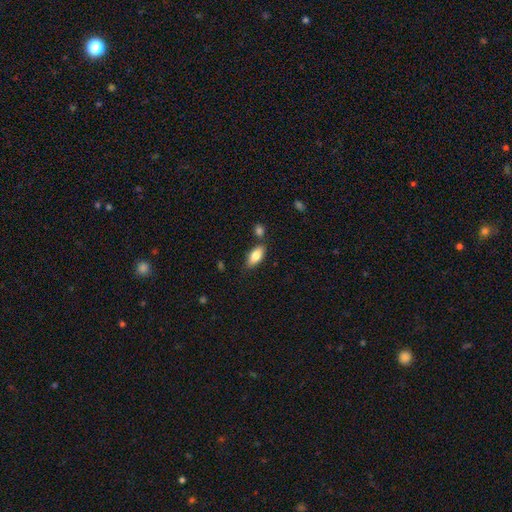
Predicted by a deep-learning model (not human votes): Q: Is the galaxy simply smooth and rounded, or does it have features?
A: smooth — 81%.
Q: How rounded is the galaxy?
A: in between — 87%.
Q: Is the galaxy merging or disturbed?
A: none — 77%.